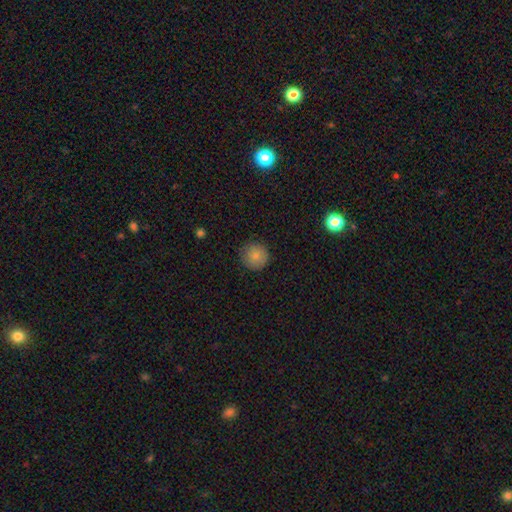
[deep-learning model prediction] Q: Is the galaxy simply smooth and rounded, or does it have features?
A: smooth — 82%.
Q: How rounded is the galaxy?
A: round — 95%.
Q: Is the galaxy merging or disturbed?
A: none — 87%.